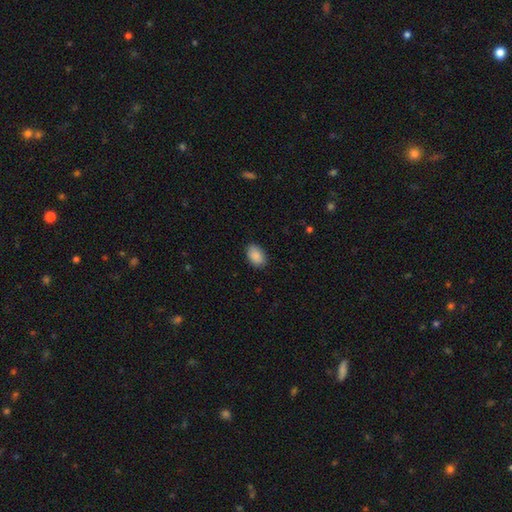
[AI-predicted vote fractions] A smooth galaxy with no disk features (90%) that is in between round and cigar-shaped (89%).

Vote fractions:
- Smooth or featured? smooth: 90% / star or artifact: 7% / featured or disk: 4%
- How rounded? in between: 89% / round: 10% / cigar-shaped: 1%
- Merging? none: 88% / minor disturbance: 9% / major disturbance: 2% / merger: 1%